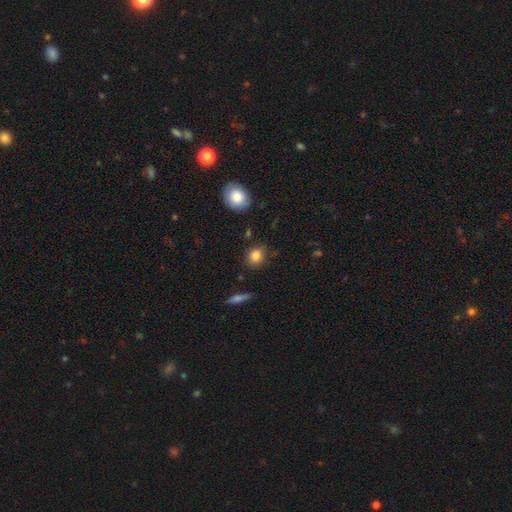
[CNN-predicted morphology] type=smooth (83%); roundness=round (64%); merging=none (82%).